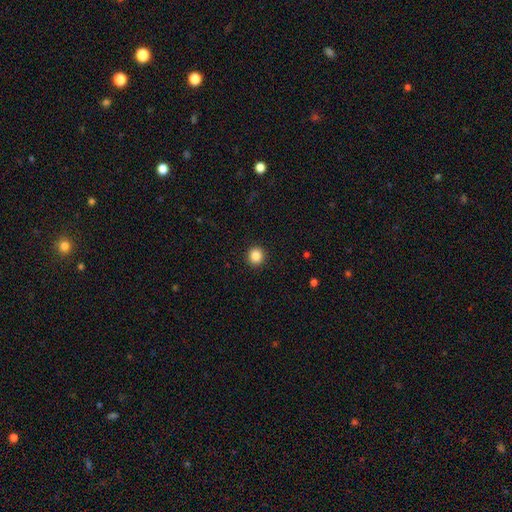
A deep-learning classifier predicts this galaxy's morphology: Smooth or featured: smooth — 86% (star or artifact — 10%)
How rounded: round — 93% (in between — 6%)
Merging: none — 93% (minor disturbance — 4%)